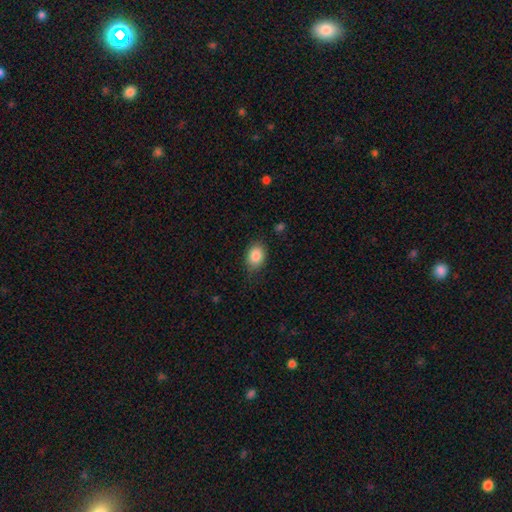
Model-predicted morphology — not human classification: This is clearly a smooth galaxy (87%). How rounded: likely in between (71%). Merging: likely none (79%).